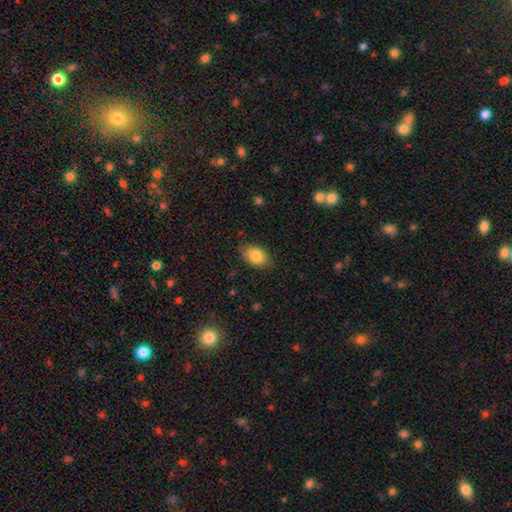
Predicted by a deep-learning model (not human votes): A smooth galaxy with no disk features (84%) that is in between round and cigar-shaped (84%).

Vote fractions:
- Smooth or featured? smooth: 84% / featured or disk: 8% / star or artifact: 8%
- How rounded? in between: 84% / round: 14% / cigar-shaped: 1%
- Merging? none: 81% / minor disturbance: 15% / major disturbance: 3% / merger: 1%